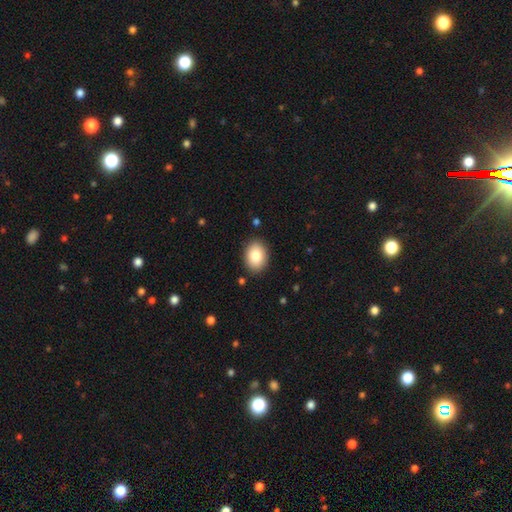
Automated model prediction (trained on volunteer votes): This appears to be a smooth galaxy with no disk features (84%) that is in between round and cigar-shaped (72%). Merging: none (88%).